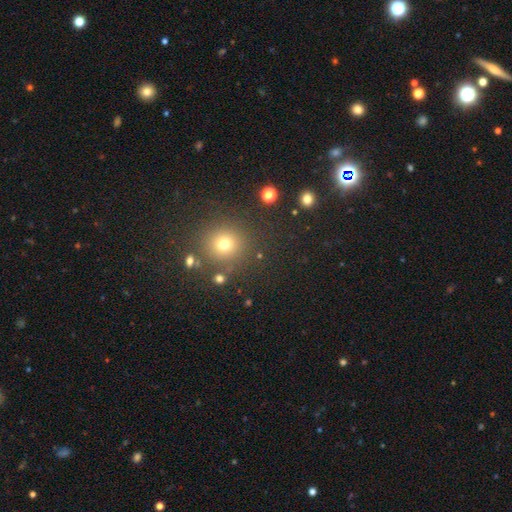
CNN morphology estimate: A smooth galaxy with no disk features (56%) that is round (91%). Merging: none (84%).